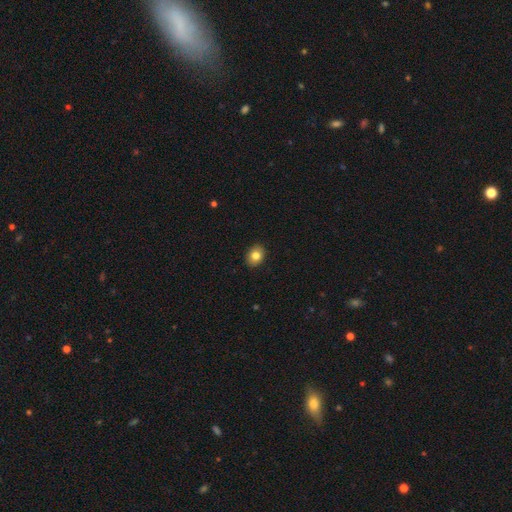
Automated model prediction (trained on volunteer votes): Morphology: type=smooth (82%); roundness=in between (57%); merging=none (90%).